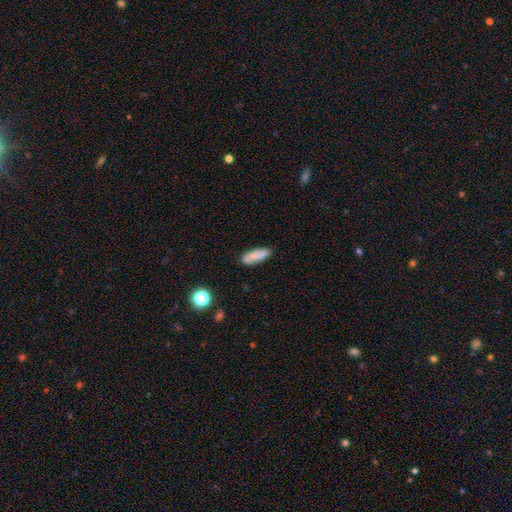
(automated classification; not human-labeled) smooth 72%, featured or disk 20%, star or artifact 8%. Down the decision tree: how rounded — in between (64%); merging — none (75%).